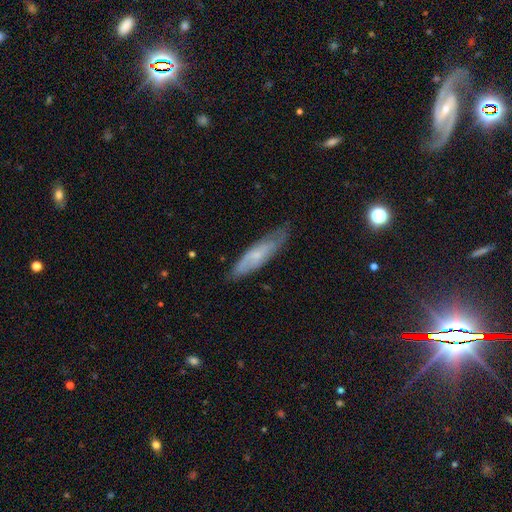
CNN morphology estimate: type=featured or disk (50%); edge-on=no (61%); merging=none (72%).